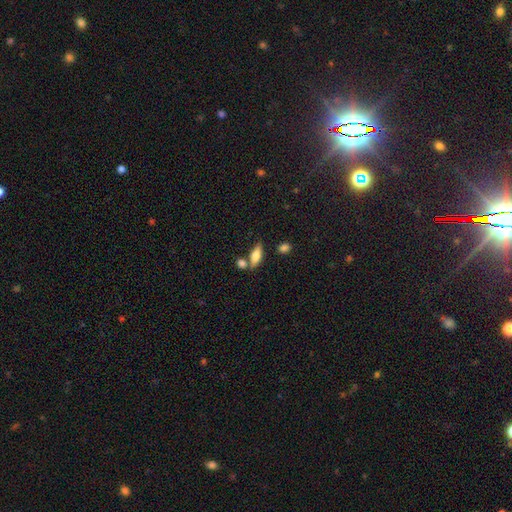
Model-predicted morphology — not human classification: Smooth or featured?
  - smooth: 69% *
  - featured or disk: 23%
  - star or artifact: 7%
How rounded?
  - in between: 67% *
  - cigar-shaped: 29%
  - round: 4%
Merging?
  - none: 62% *
  - merger: 19%
  - minor disturbance: 14%
  - major disturbance: 5%